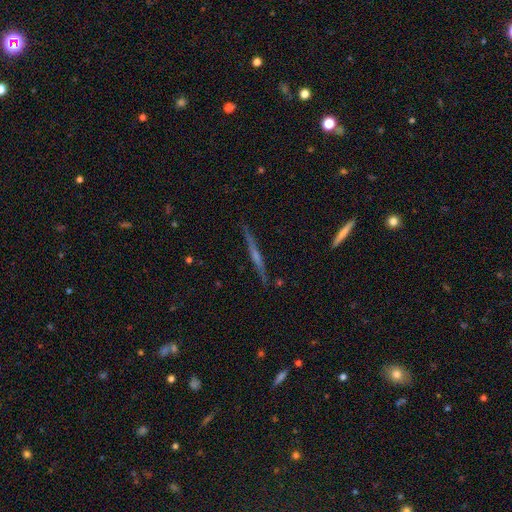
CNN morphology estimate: A featured or disk galaxy (71%) viewed edge-on (98%) with a rounded central bulge (45%). Merging: none (88%).